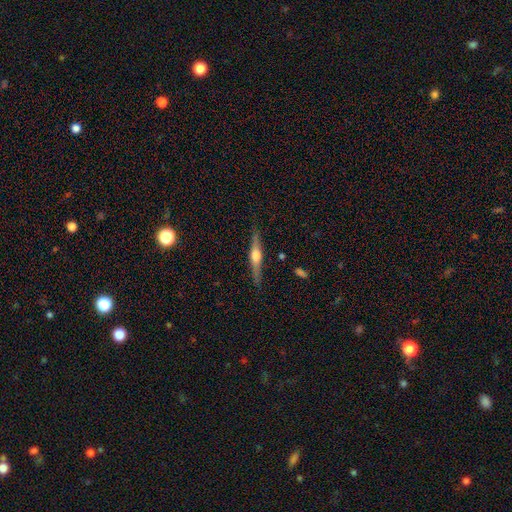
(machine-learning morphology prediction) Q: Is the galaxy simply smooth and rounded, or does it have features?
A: featured or disk — 72%.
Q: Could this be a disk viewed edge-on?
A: yes — 97%.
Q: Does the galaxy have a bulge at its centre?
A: rounded — 91%.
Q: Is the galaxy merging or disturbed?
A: none — 87%.